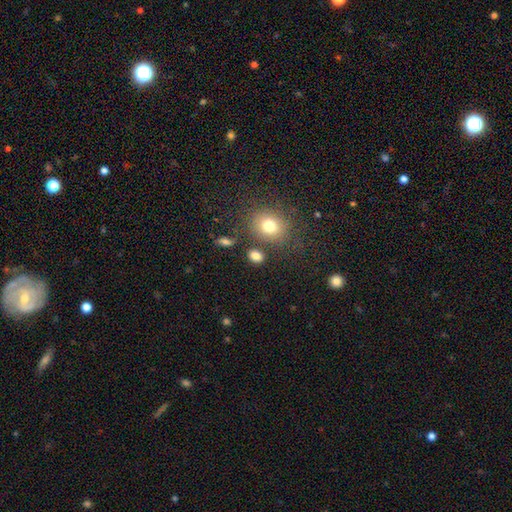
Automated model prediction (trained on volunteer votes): smooth 81%, star or artifact 12%, featured or disk 7%. Down the decision tree: how rounded — in between (55%); merging — none (76%).